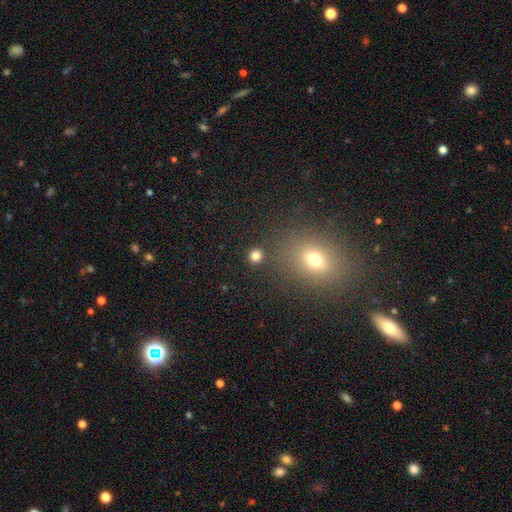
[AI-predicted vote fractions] A smooth galaxy with no disk features (80%) that is round (89%). Merging: none (86%).